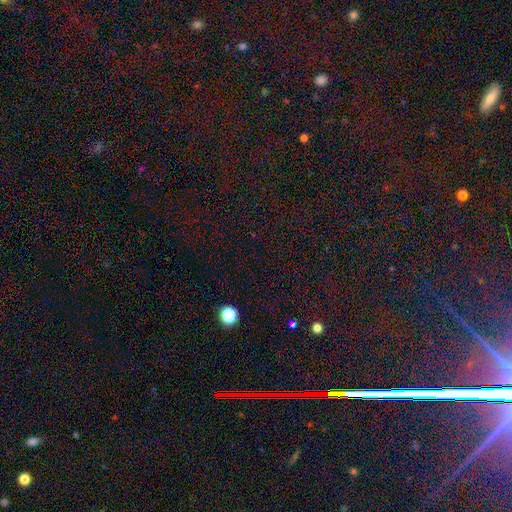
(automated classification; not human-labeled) Q: Smooth or featured?
A: star or artifact (66%); runner-up: smooth (26%)